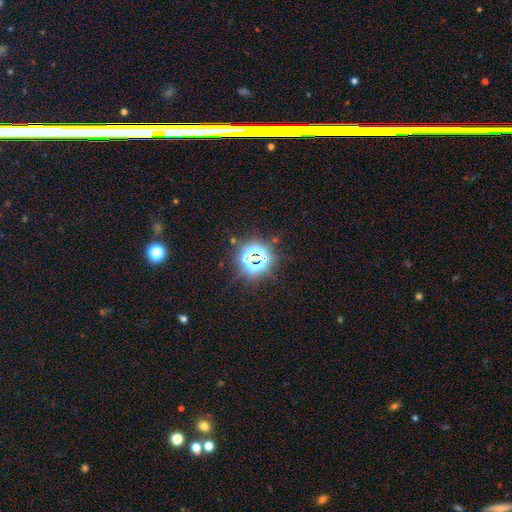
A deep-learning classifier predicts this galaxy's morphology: Smooth or featured?
  - star or artifact: 78% *
  - smooth: 14%
  - featured or disk: 8%